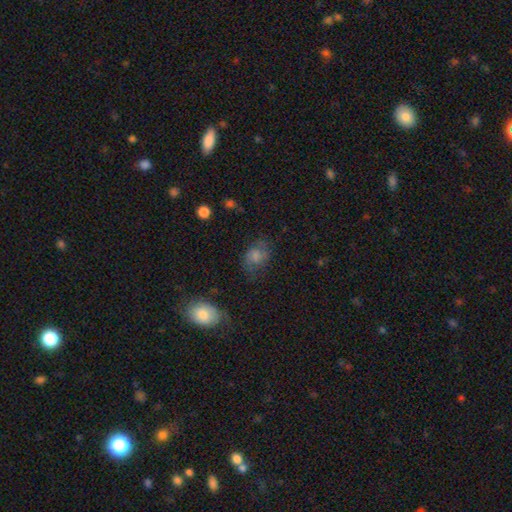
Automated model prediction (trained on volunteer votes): smooth 45%, featured or disk 38%, star or artifact 17%. Down the decision tree: merging — none (68%).